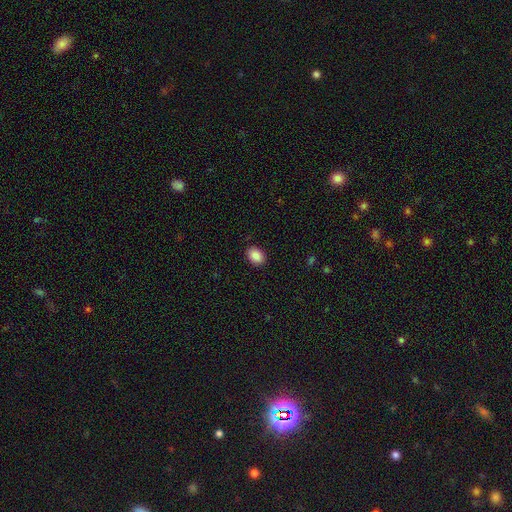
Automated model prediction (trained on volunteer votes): Overall: smooth (89%). How rounded: in between (74%). Merging: none (89%).